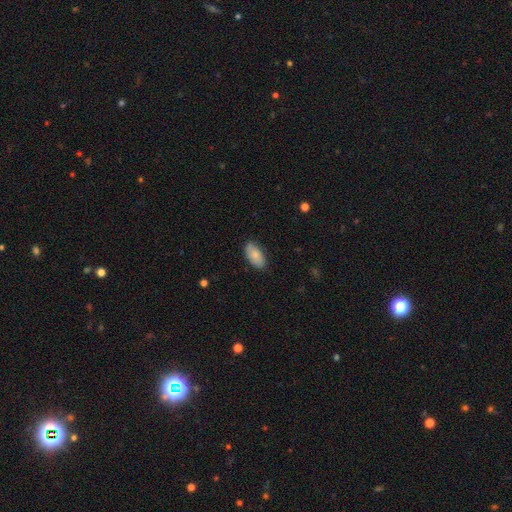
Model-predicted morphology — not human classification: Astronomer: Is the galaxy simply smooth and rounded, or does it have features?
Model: smooth — 79%.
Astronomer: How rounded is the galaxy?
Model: in between — 94%.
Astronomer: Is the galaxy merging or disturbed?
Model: none — 83%.